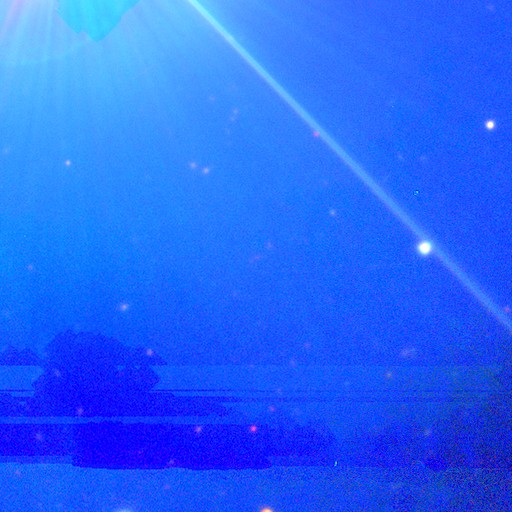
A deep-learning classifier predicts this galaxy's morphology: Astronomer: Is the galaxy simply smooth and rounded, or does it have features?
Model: star or artifact — 80%.